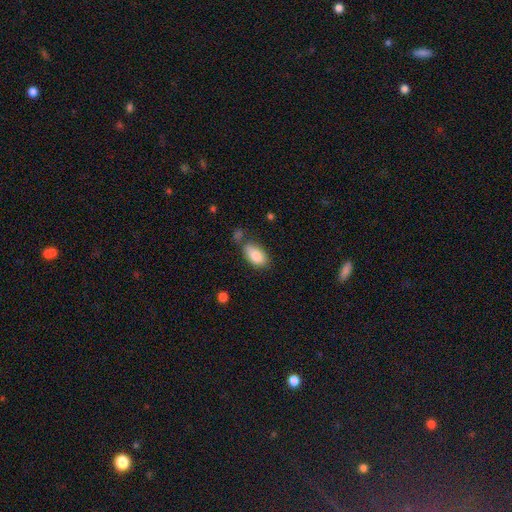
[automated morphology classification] A smooth galaxy with no disk features (86%) that is in between round and cigar-shaped (94%).

Vote fractions:
- Smooth or featured? smooth: 86% / featured or disk: 7% / star or artifact: 7%
- How rounded? in between: 94% / round: 4% / cigar-shaped: 2%
- Merging? none: 63% / minor disturbance: 22% / merger: 10% / major disturbance: 6%